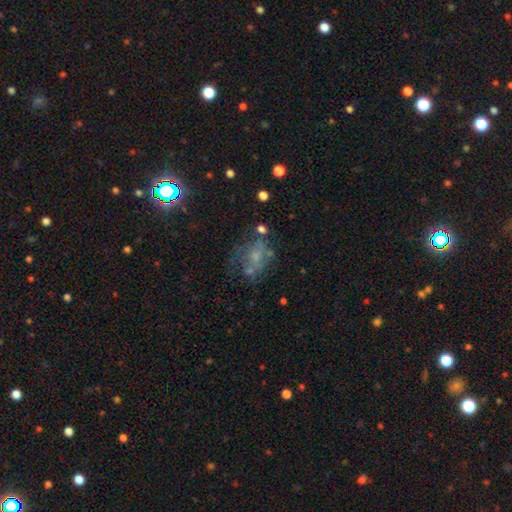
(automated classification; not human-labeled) A featured or disk galaxy (46%).

Vote fractions:
- Smooth or featured? featured or disk: 46% / smooth: 33% / star or artifact: 22%
- Merging? none: 43% / major disturbance: 24% / minor disturbance: 21% / merger: 12%